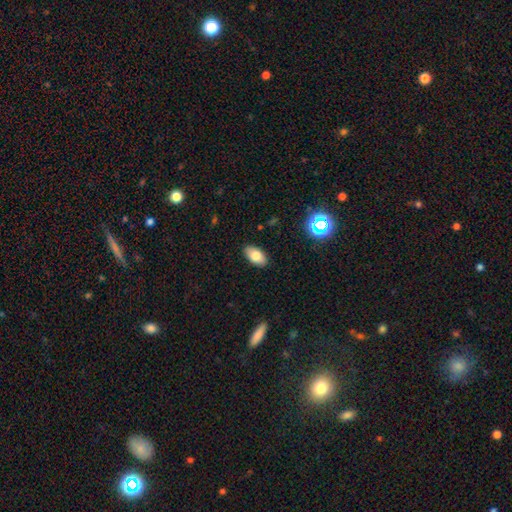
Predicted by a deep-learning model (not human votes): smooth_or_featured: smooth (p=0.79) [alt: featured or disk p=0.12]
how_rounded: in between (p=0.93) [alt: round p=0.05]
merging: none (p=0.88) [alt: minor disturbance p=0.09]